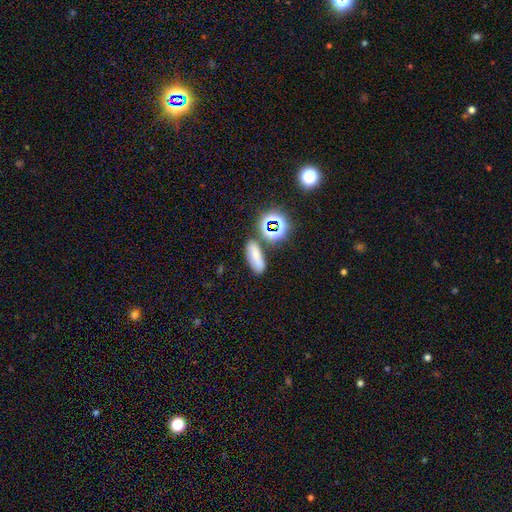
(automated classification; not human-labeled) This is likely a smooth galaxy (67%). How rounded: likely in between (64%). Merging: likely none (70%).